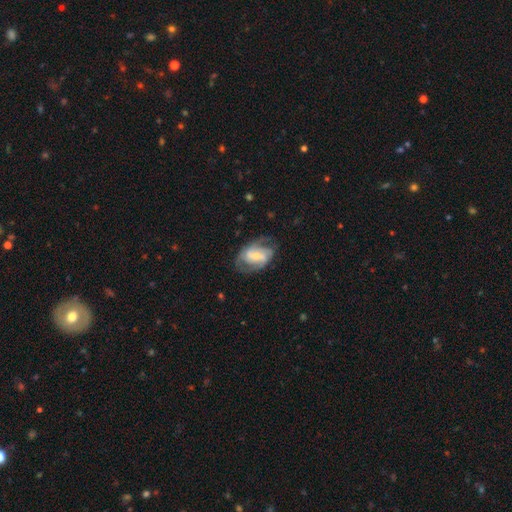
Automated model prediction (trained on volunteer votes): Morphology: type=featured or disk (77%); edge-on=no (97%); bar=weak (44%); spiral arms=yes (90%); winding=medium (47%); arm count=2 (68%); bulge=small (51%); merging=none (63%).